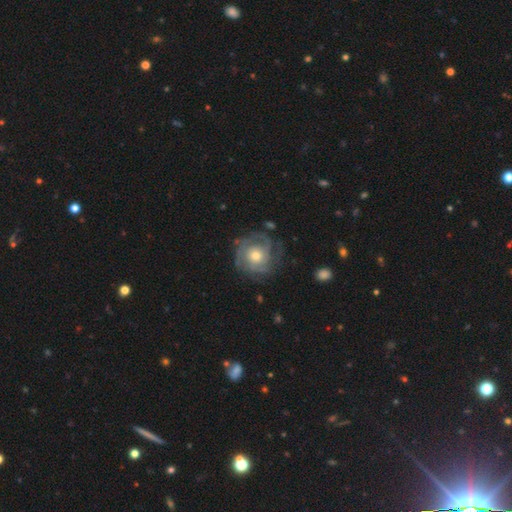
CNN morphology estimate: This is likely a featured or disk galaxy (78%). It is clearly not viewed edge-on (98%). Bar: clearly no (81%). Spiral arm pattern: clearly yes (90%). Spiral arm count: marginally can't tell (36%). Spiral winding: likely tight (66%). Central bulge: likely moderate (68%). Merging: likely none (72%).